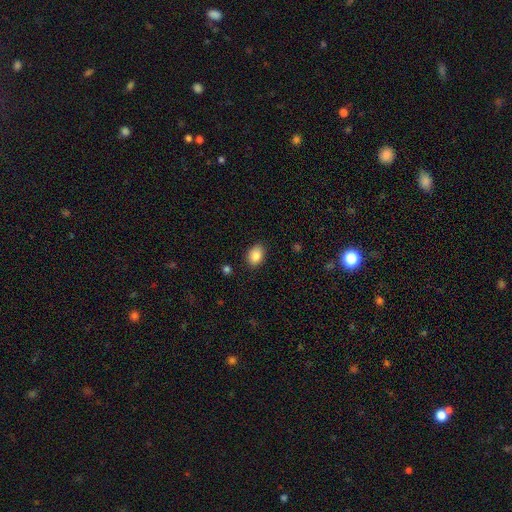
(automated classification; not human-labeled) Smooth or featured? Predicted: smooth (p=0.87). How rounded? Predicted: in between (p=0.75). Merging? Predicted: none (p=0.83).